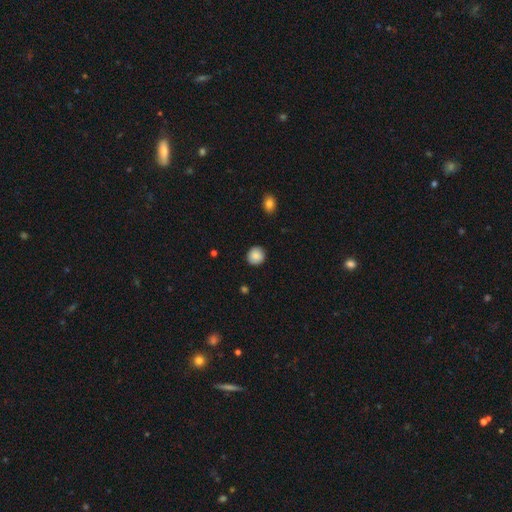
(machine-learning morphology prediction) Smooth or featured? Predicted: smooth (p=0.87). How rounded? Predicted: round (p=0.90). Merging? Predicted: none (p=0.90).